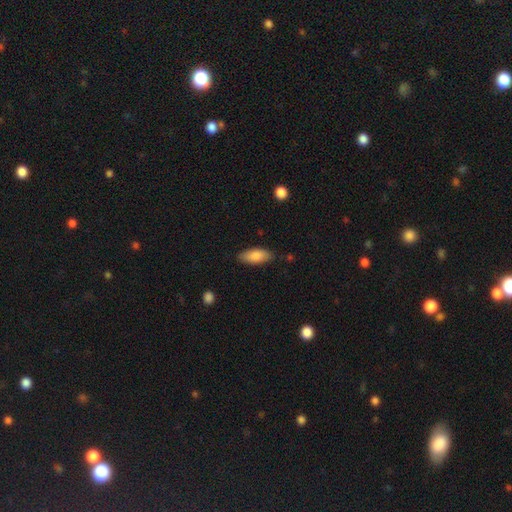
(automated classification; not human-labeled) smooth-or-featured: smooth: 85% | featured or disk: 9% | star or artifact: 6%
  how-rounded: in between: 82% | cigar-shaped: 17% | round: 2%
  merging: none: 83% | minor disturbance: 13% | major disturbance: 2% | merger: 1%